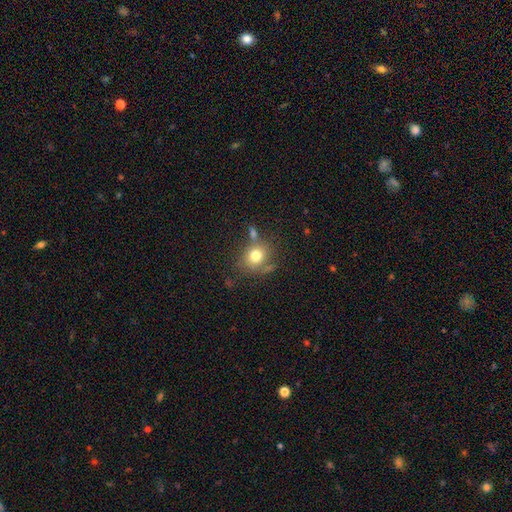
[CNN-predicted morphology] Smooth or featured: smooth — 76% (featured or disk — 12%)
How rounded: round — 75% (in between — 24%)
Merging: none — 65% (minor disturbance — 15%)